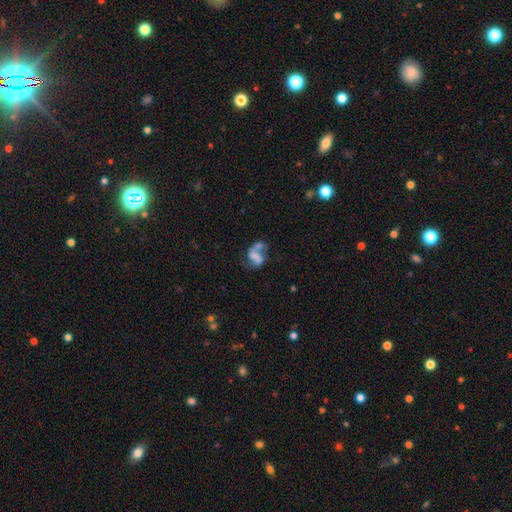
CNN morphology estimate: Smooth or featured: featured or disk — 52% (smooth — 38%)
Edge-on disk: no — 97% (yes — 3%)
Bar: no — 51% (weak — 27%)
Spiral arms: yes — 62% (no — 38%)
Bulge size: none — 57% (small — 16%)
Merging: merger — 35% (none — 26%)